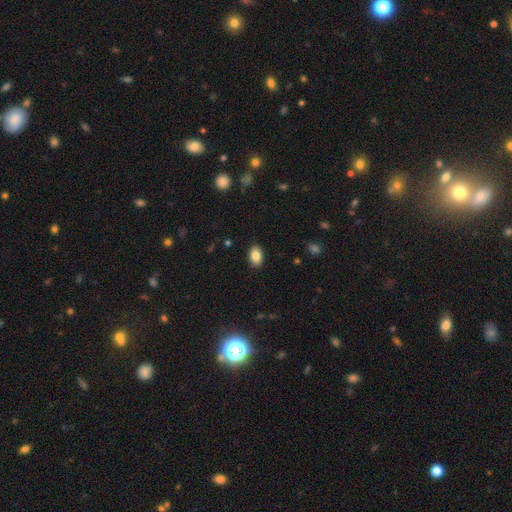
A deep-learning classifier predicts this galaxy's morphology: The model was most divided on "smooth or featured": smooth: 85%, star or artifact: 8%, featured or disk: 7%. More confident: how rounded — in between (90%); merging — none (89%).